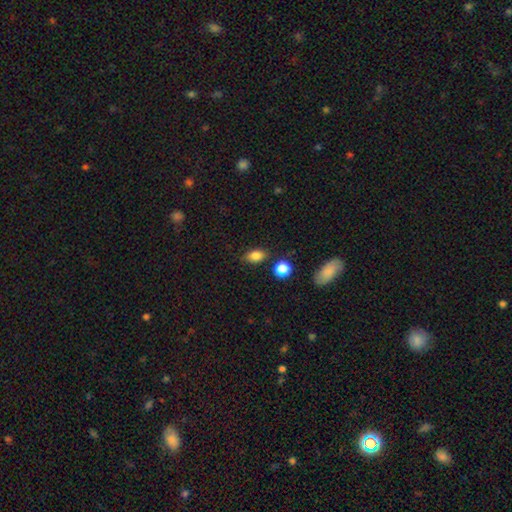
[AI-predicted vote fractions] smooth-or-featured: smooth: 84% | star or artifact: 10% | featured or disk: 6%
  how-rounded: in between: 81% | round: 16% | cigar-shaped: 2%
  merging: none: 80% | minor disturbance: 13% | merger: 4% | major disturbance: 3%